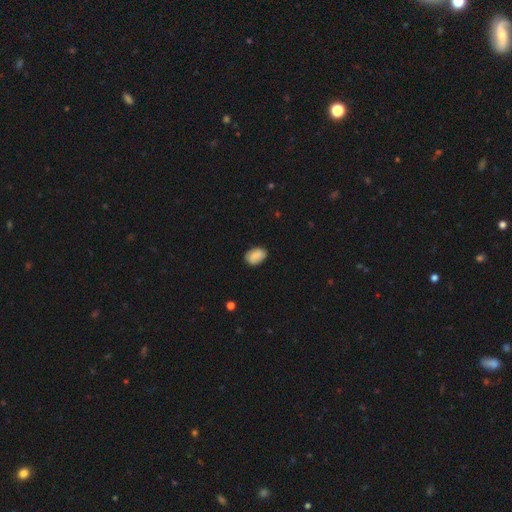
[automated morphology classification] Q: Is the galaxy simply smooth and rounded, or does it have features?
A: smooth — 79%.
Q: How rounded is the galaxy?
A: in between — 84%.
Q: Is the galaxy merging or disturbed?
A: none — 83%.